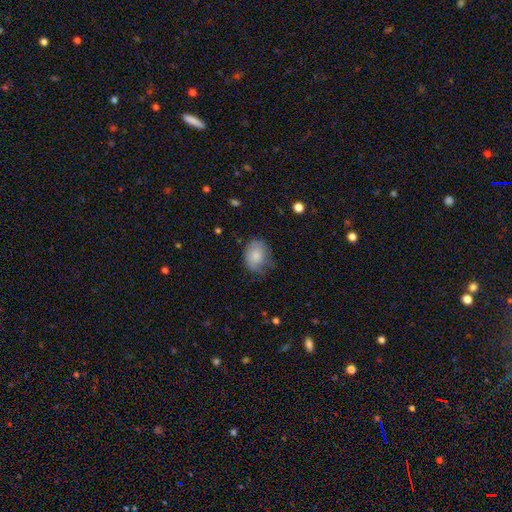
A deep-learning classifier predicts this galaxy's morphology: Smooth or featured?
  - smooth: 78% *
  - featured or disk: 15%
  - star or artifact: 7%
How rounded?
  - in between: 58% *
  - round: 41%
  - cigar-shaped: 1%
Merging?
  - none: 53% *
  - minor disturbance: 34%
  - major disturbance: 11%
  - merger: 1%